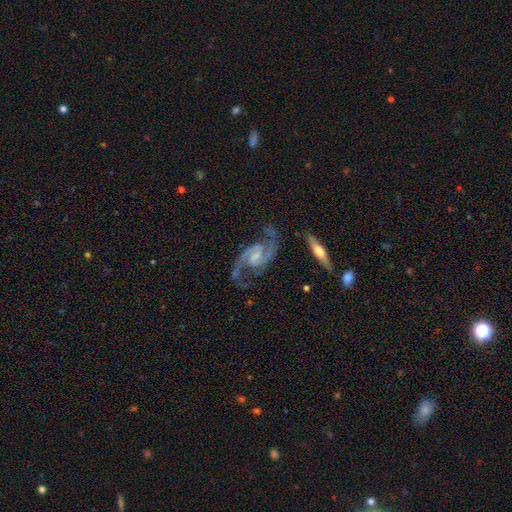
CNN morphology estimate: A featured or disk galaxy (93%) with a weak bar (51%), 2 (94%) medium (57%) spiral arms (98%) and a small central bulge (37%).

Vote fractions:
- Smooth or featured? featured or disk: 93% / star or artifact: 4% / smooth: 3%
- Edge-on disk? no: 97% / yes: 3%
- Bar? weak: 51% / no: 29% / strong: 20%
- Spiral arms? yes: 98% / no: 2%
- Spiral winding? medium: 57% / loose: 31% / tight: 12%
- Spiral arm count? 2: 94% / can't tell: 1% / 1: 1% / 3: 1% / 4: 1% / more than 4: 1%
- Bulge size? small: 37% / none: 35% / moderate: 22% / large: 4% / dominant: 1%
- Merging? none: 71% / minor disturbance: 17% / major disturbance: 9% / merger: 3%